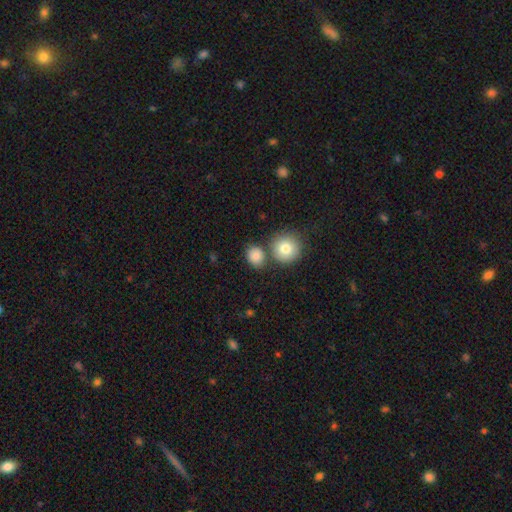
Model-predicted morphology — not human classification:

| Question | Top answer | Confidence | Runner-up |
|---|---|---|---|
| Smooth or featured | smooth | 84% | star or artifact (10%) |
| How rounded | round | 66% | in between (33%) |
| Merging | none | 68% | merger (17%) |